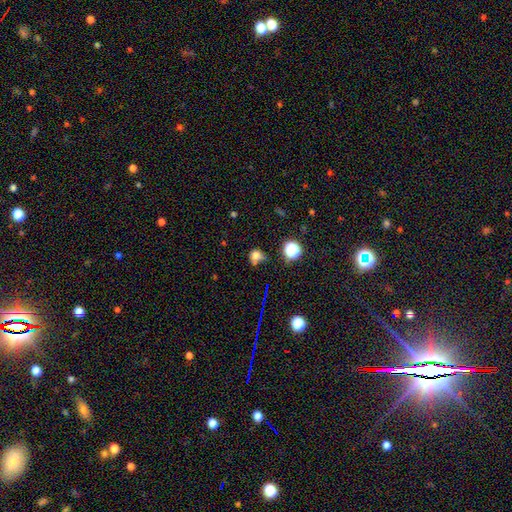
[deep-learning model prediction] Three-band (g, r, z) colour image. It shows a smooth galaxy with no disk features (72%) that is round (76%). Merging: none (53%).